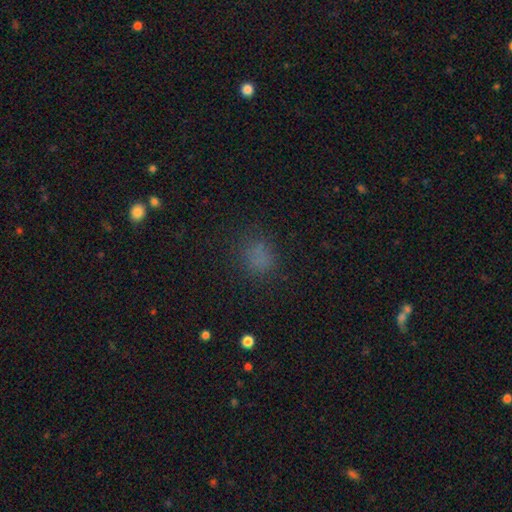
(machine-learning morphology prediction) This appears to be a smooth galaxy with no disk features (72%) that is round (73%). Merging: none (81%).